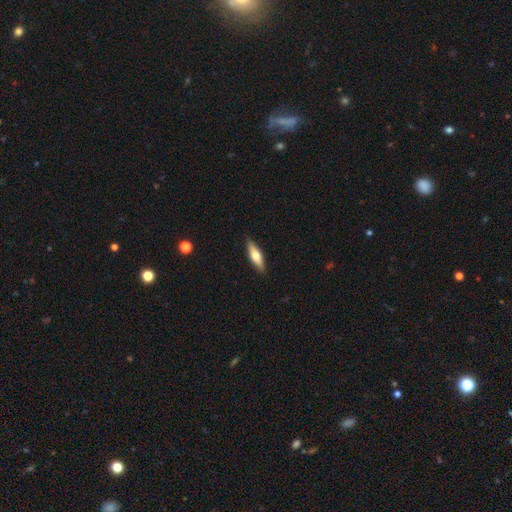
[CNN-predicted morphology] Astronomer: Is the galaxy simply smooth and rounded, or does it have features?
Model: smooth — 55% (runner-up: featured or disk, 39%).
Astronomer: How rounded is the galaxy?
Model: cigar-shaped — 56% (runner-up: in between, 41%).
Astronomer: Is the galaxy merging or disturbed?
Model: none — 89%.